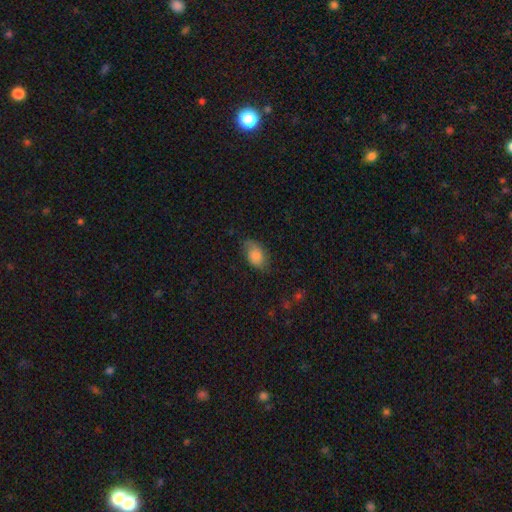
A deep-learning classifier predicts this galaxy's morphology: smooth_or_featured: smooth (p=0.77) [alt: featured or disk p=0.15]
how_rounded: in between (p=0.91) [alt: round p=0.08]
merging: none (p=0.65) [alt: minor disturbance p=0.26]